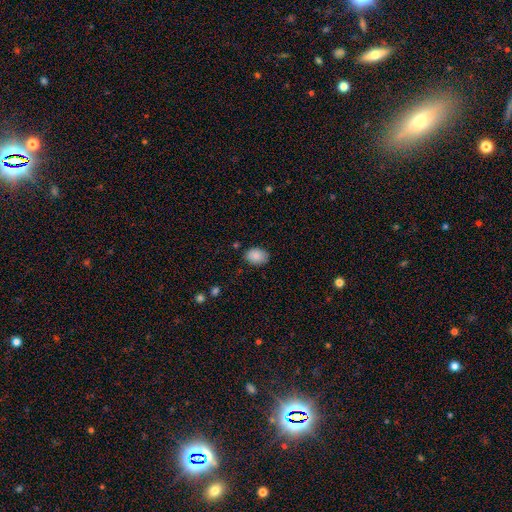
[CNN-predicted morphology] Smooth or featured? Predicted: smooth (p=0.87). How rounded? Predicted: in between (p=0.75). Merging? Predicted: none (p=0.81).